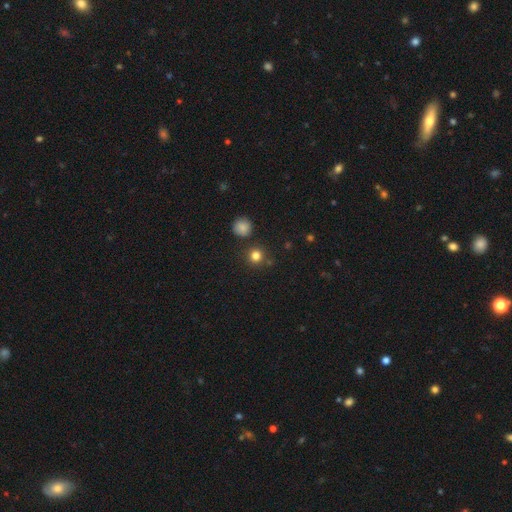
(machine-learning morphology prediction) type=smooth (81%); roundness=round (94%); merging=none (86%).